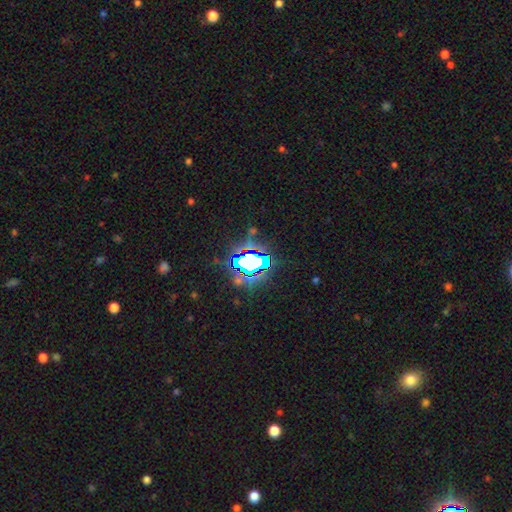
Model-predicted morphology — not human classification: star or artifact 68%, smooth 19%, featured or disk 13%.